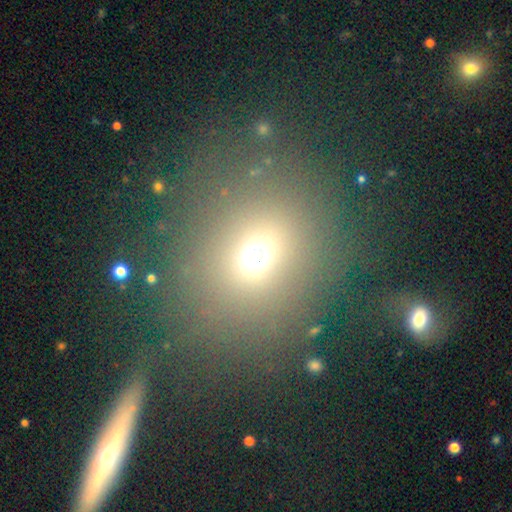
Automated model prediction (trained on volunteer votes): This is likely a smooth galaxy (65%). How rounded: likely round (70%). Merging: likely none (68%).